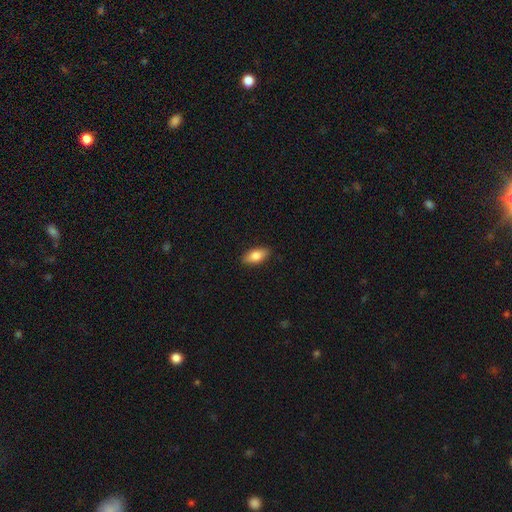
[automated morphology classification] Smooth or featured: smooth — 81% (featured or disk — 13%)
How rounded: in between — 88% (cigar-shaped — 9%)
Merging: none — 89% (minor disturbance — 8%)